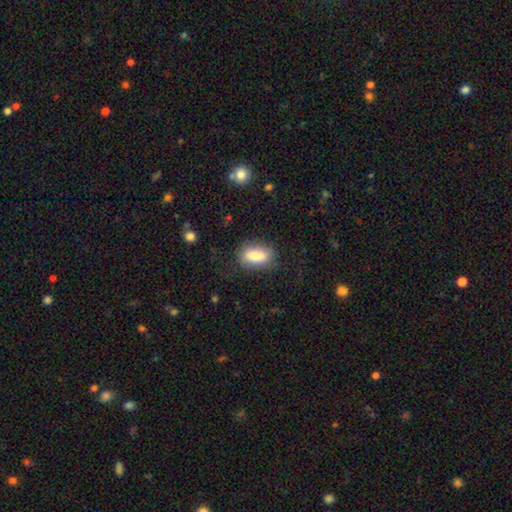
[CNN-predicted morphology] This appears to be a smooth galaxy with no disk features (84%) that is in between round and cigar-shaped (84%). Merging: none (78%).